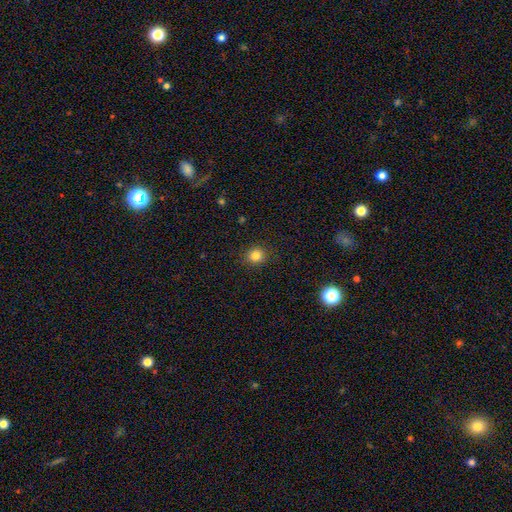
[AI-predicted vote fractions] smooth 82%, star or artifact 12%, featured or disk 5%. Down the decision tree: how rounded — round (86%); merging — none (90%).